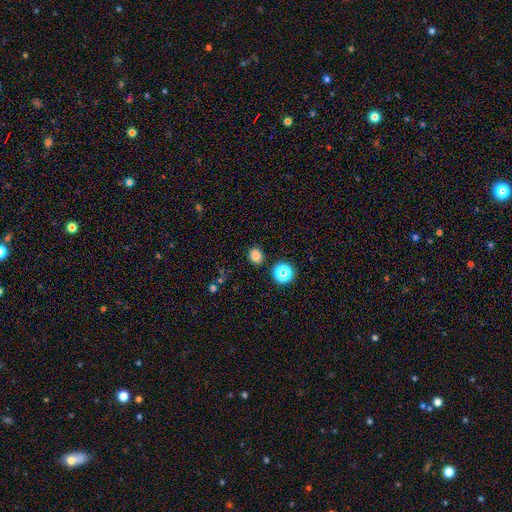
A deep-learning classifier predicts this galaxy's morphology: Smooth or featured? Predicted: smooth (p=0.77). How rounded? Predicted: round (p=0.69). Merging? Predicted: none (p=0.86).